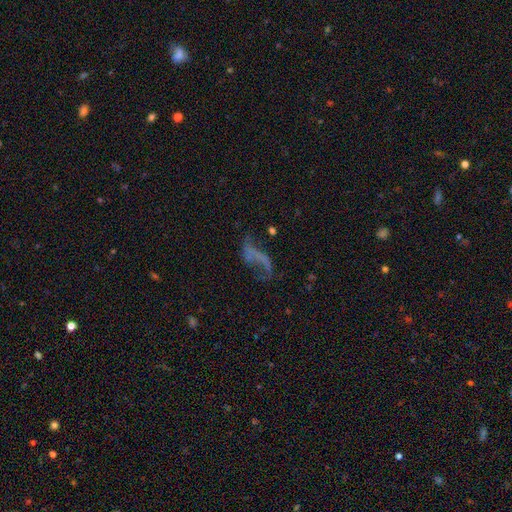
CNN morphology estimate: smooth_or_featured: featured or disk (p=0.56) [alt: smooth p=0.23]
disk_edge_on: no (p=0.93) [alt: yes p=0.07]
bar: no (p=0.65) [alt: weak p=0.19]
has_spiral_arms: no (p=0.51) [alt: yes p=0.49]
bulge_size: none (p=0.81) [alt: small p=0.12]
merging: none (p=0.41) [alt: major disturbance p=0.36]